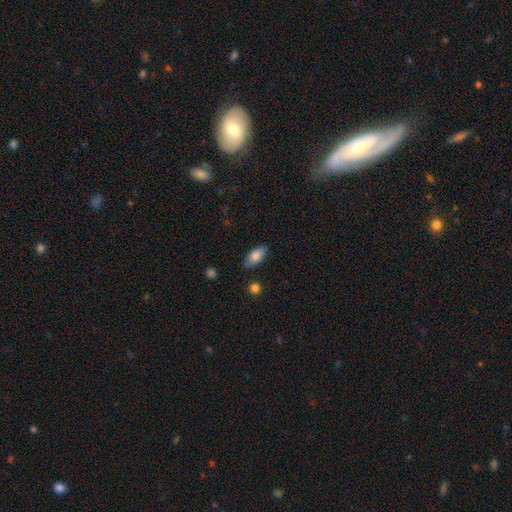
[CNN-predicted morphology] smooth_or_featured: smooth (p=0.81) [alt: featured or disk p=0.12]
how_rounded: in between (p=0.89) [alt: cigar-shaped p=0.08]
merging: none (p=0.84) [alt: minor disturbance p=0.12]